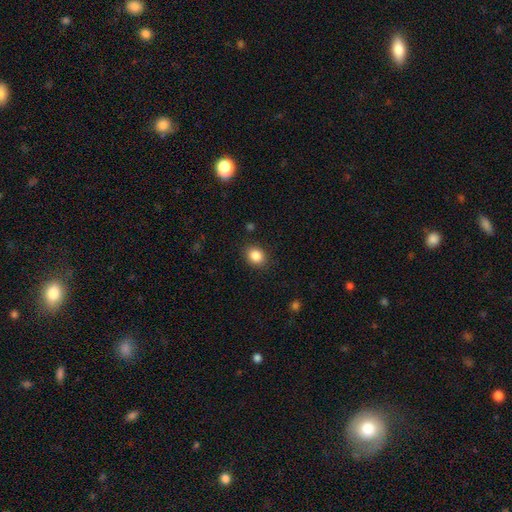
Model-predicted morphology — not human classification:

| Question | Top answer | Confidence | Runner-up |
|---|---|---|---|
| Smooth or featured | smooth | 86% | star or artifact (9%) |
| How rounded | round | 53% | in between (46%) |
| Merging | none | 88% | minor disturbance (8%) |